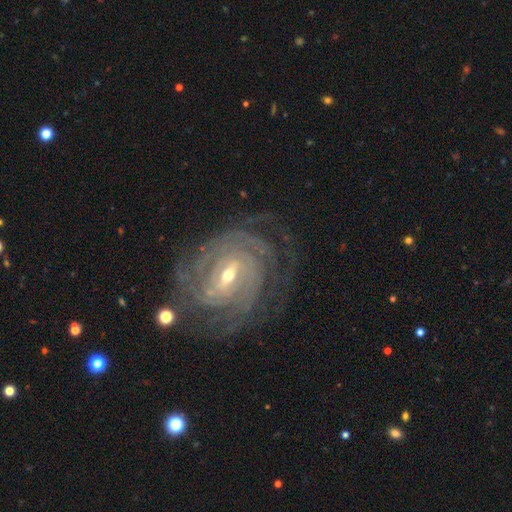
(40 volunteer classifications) Overall: featured or disk (92%). Edge-on disk: no (97%). Bar: weak (67%; strong 33%). Spiral arms: yes (97%). Spiral arm count: more than 4 (51%; 4 20%). Spiral winding: tight (83%). Bulge size: small (58%; moderate 39%). Merging: none (54%; major disturbance 26%).